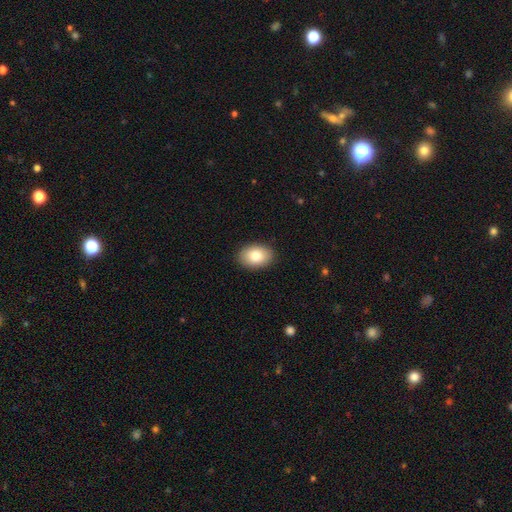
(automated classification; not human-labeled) Smooth or featured?
  - smooth: 84% *
  - featured or disk: 9%
  - star or artifact: 7%
How rounded?
  - in between: 84% *
  - round: 15%
  - cigar-shaped: 1%
Merging?
  - none: 90% *
  - minor disturbance: 8%
  - major disturbance: 2%
  - merger: 1%